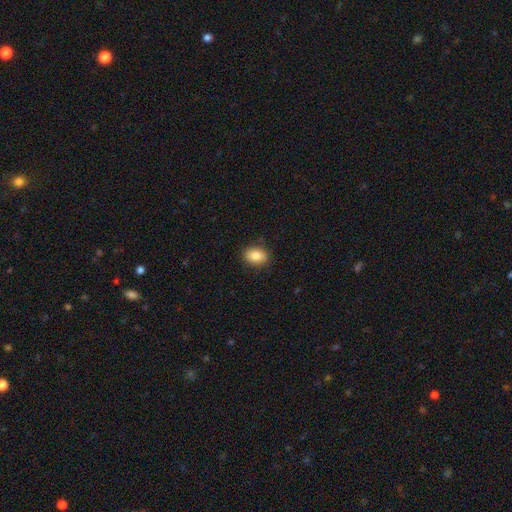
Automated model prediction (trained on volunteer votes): Smooth or featured? smooth (84%)
How rounded? in between (78%)
Merging? none (86%)